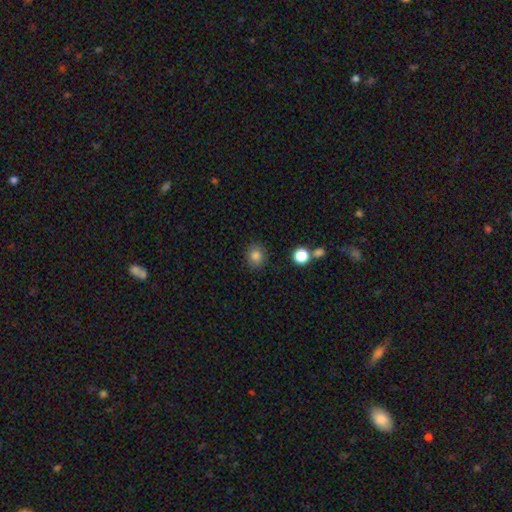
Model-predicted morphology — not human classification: A smooth galaxy with no disk features (83%) that is round (81%). Merging: none (87%).